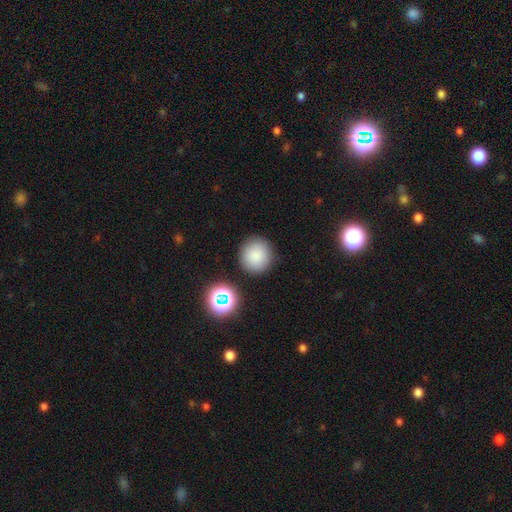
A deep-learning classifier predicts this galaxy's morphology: Smooth or featured? smooth (83%)
How rounded? round (92%)
Merging? none (88%)